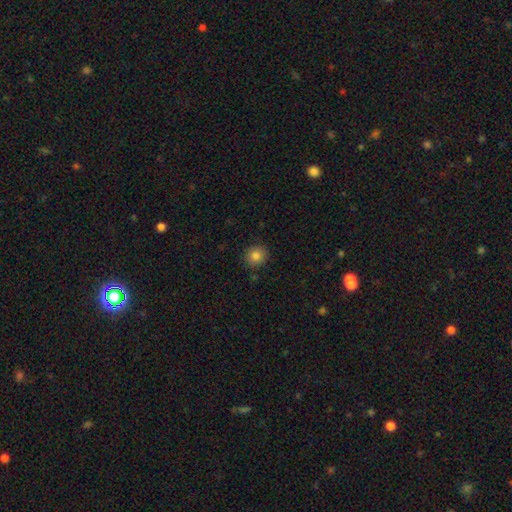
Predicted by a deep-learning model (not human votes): Smooth or featured: smooth — 84% (star or artifact — 11%)
How rounded: round — 88% (in between — 11%)
Merging: none — 89% (minor disturbance — 8%)